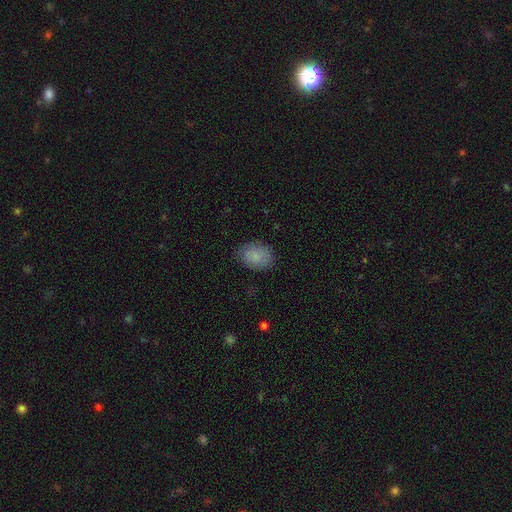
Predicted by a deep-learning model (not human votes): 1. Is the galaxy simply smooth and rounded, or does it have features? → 84% smooth, 8% star or artifact, 8% featured or disk.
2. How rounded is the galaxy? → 65% in between, 34% round, 1% cigar-shaped.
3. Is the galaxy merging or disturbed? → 79% none, 16% minor disturbance, 4% major disturbance, 1% merger.